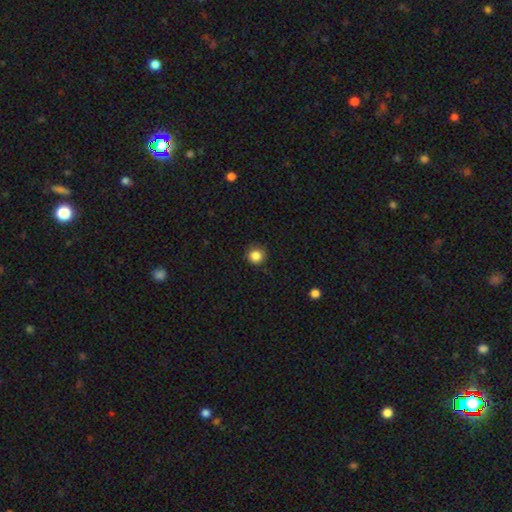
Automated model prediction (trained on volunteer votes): smooth 85%, star or artifact 11%, featured or disk 4%. Down the decision tree: how rounded — round (94%); merging — none (86%).